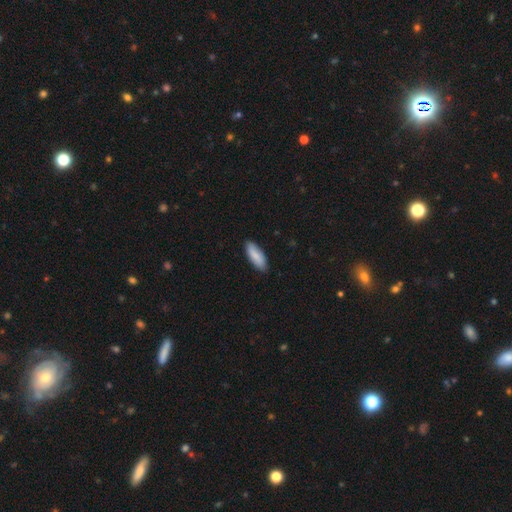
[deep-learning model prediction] smooth-or-featured: smooth: 86% | featured or disk: 9% | star or artifact: 5%
  how-rounded: in between: 74% | cigar-shaped: 24% | round: 2%
  merging: none: 86% | minor disturbance: 12% | major disturbance: 2% | merger: 1%